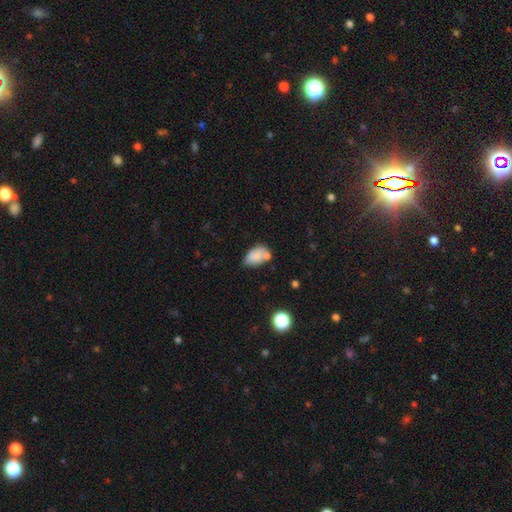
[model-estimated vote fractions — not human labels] smooth_or_featured: smooth (p=0.80) [alt: featured or disk p=0.11]
how_rounded: in between (p=0.89) [alt: round p=0.10]
merging: none (p=0.48) [alt: minor disturbance p=0.25]